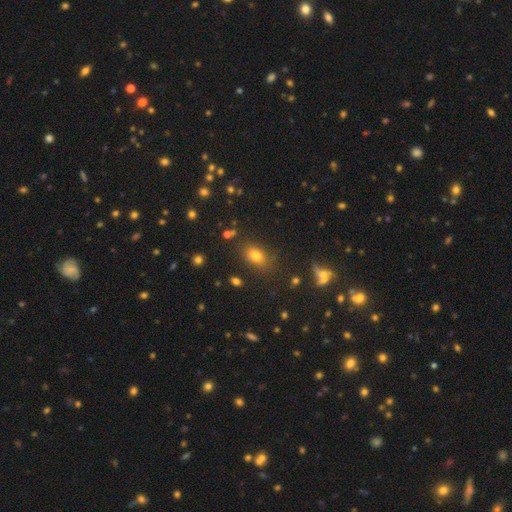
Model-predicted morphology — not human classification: smooth 70%, star or artifact 20%, featured or disk 10%. Down the decision tree: how rounded — in between (74%); merging — none (81%).